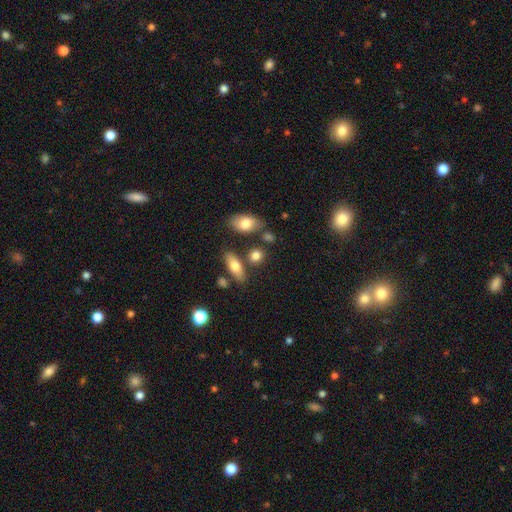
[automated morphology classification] smooth 80%, featured or disk 11%, star or artifact 9%. Down the decision tree: how rounded — in between (50%); merging — none (69%).